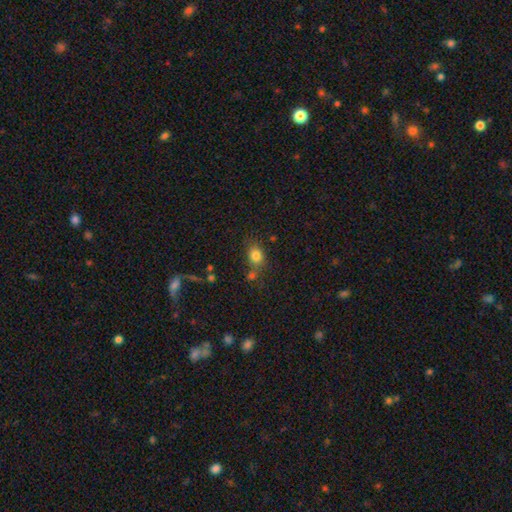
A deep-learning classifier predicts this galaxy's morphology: This appears to be a smooth galaxy with no disk features (80%) that is in between round and cigar-shaped (51%). Merging: none (63%).